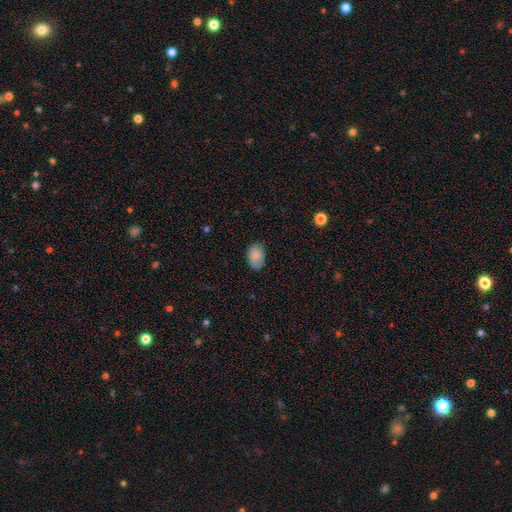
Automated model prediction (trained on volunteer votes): Smooth or featured: smooth — 86% (star or artifact — 7%)
How rounded: in between — 87% (round — 11%)
Merging: none — 78% (minor disturbance — 18%)